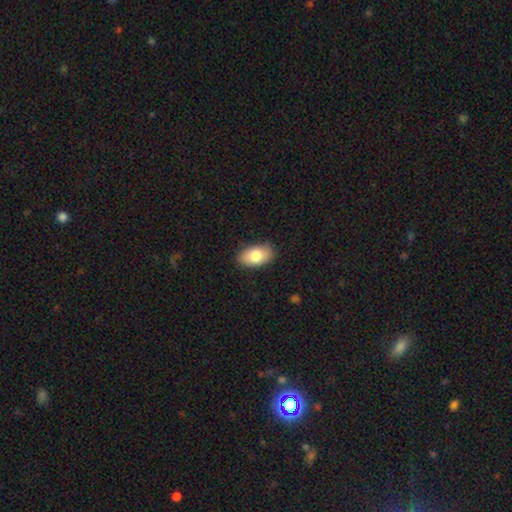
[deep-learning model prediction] smooth 78%, featured or disk 15%, star or artifact 7%. Down the decision tree: how rounded — in between (92%); merging — none (85%).